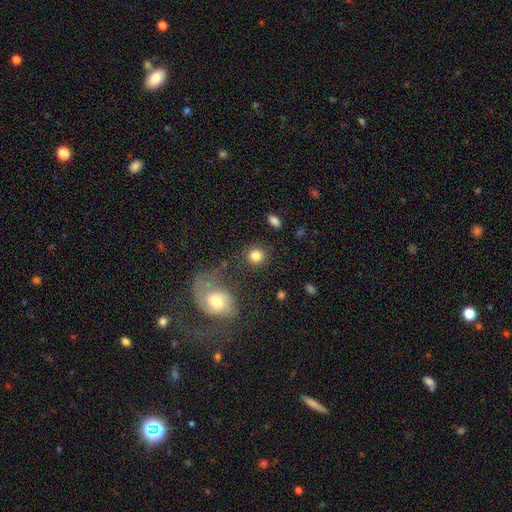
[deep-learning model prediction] Q: Smooth or featured?
A: smooth (83%); runner-up: star or artifact (9%)
Q: How rounded?
A: round (89%); runner-up: in between (10%)
Q: Merging?
A: none (83%); runner-up: minor disturbance (8%)